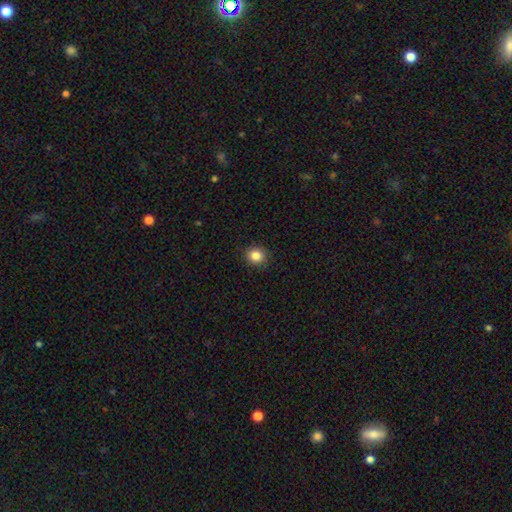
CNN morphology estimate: This is clearly a smooth galaxy (85%). How rounded: clearly round (84%). Merging: clearly none (89%).